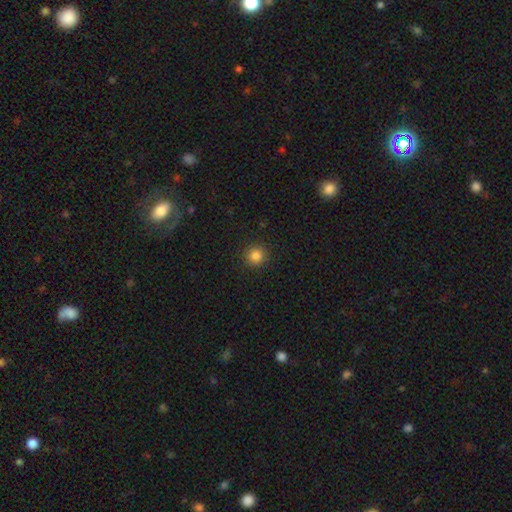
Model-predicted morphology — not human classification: Overall: smooth (84%). How rounded: round (93%). Merging: none (92%).